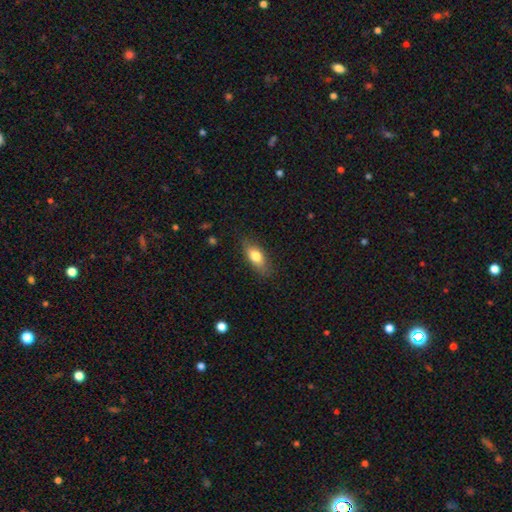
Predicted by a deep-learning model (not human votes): Smooth or featured?
  - smooth: 75% *
  - featured or disk: 18%
  - star or artifact: 7%
How rounded?
  - in between: 78% *
  - cigar-shaped: 17%
  - round: 5%
Merging?
  - none: 81% *
  - minor disturbance: 15%
  - major disturbance: 3%
  - merger: 1%